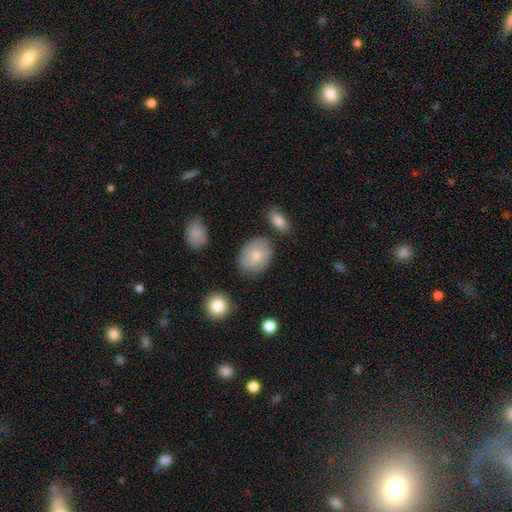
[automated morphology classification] smooth-or-featured: smooth: 77% | featured or disk: 16% | star or artifact: 7%
  how-rounded: in between: 58% | round: 41% | cigar-shaped: 1%
  merging: none: 77% | minor disturbance: 15% | merger: 4% | major disturbance: 4%